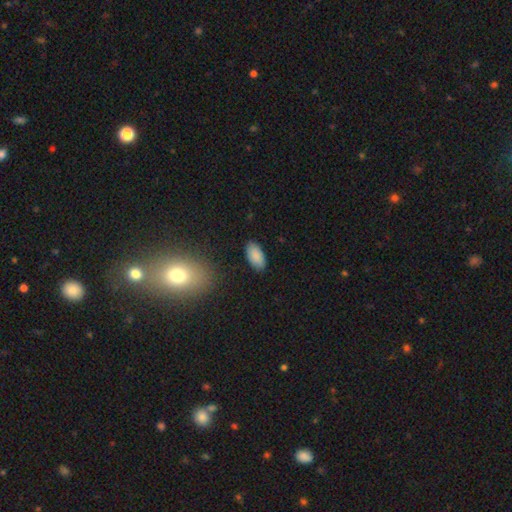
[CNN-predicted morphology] This is clearly a smooth galaxy (88%). How rounded: clearly in between (94%). Merging: clearly none (87%).